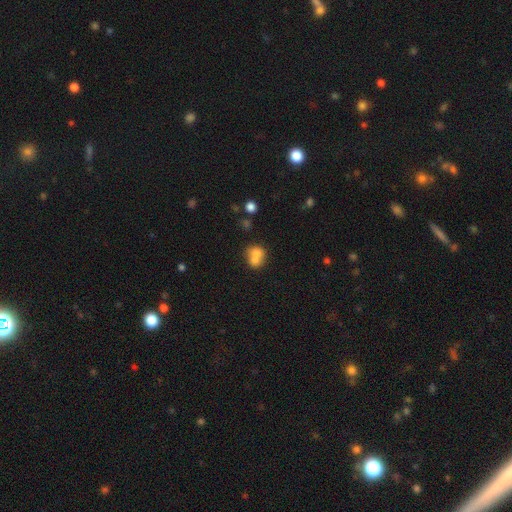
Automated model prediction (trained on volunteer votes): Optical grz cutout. It shows a smooth galaxy with no disk features (72%) that is round (62%). Merging: merger (59%).